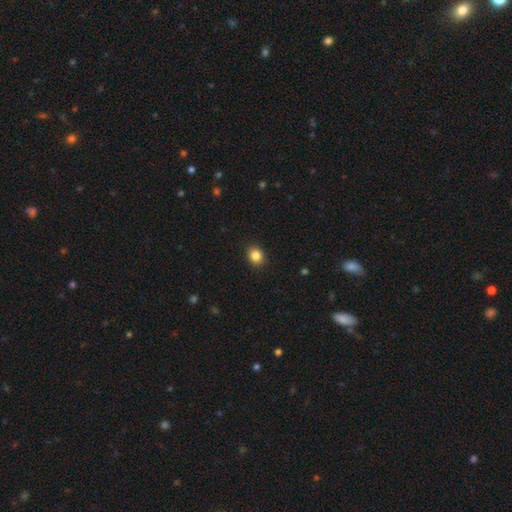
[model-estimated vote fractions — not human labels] Smooth or featured? smooth (85%)
How rounded? round (65%)
Merging? none (91%)